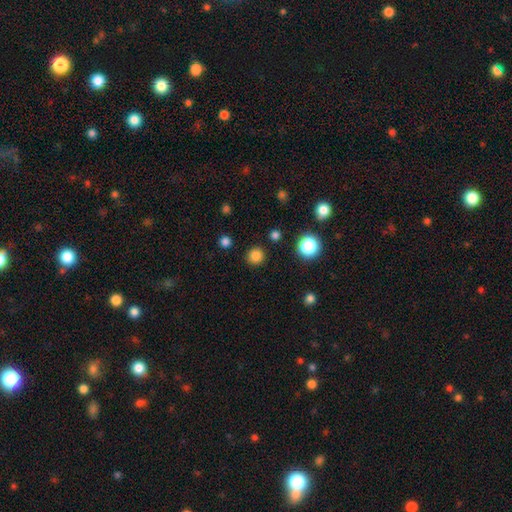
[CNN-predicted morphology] This is clearly a smooth galaxy (83%). How rounded: clearly round (94%). Merging: clearly none (91%).